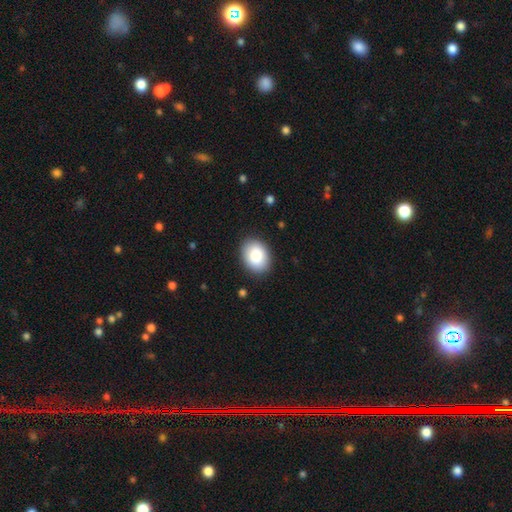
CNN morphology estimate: Q: Smooth or featured?
A: smooth (86%); runner-up: featured or disk (8%)
Q: How rounded?
A: in between (69%); runner-up: round (30%)
Q: Merging?
A: none (89%); runner-up: minor disturbance (8%)